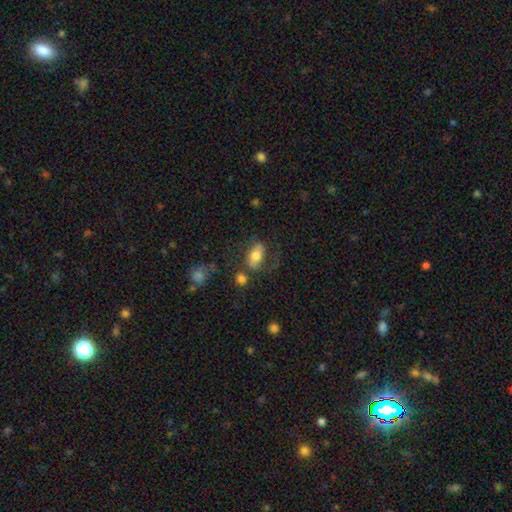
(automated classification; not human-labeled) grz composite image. It shows a smooth galaxy with no disk features (68%) that is in between round and cigar-shaped (88%). Merging: none (60%).